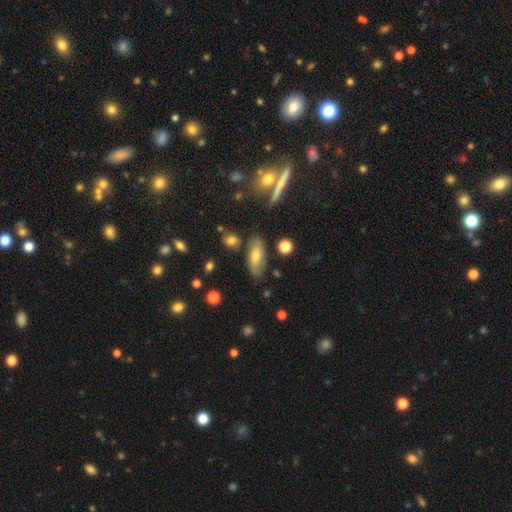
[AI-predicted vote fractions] smooth-or-featured: smooth: 59% | featured or disk: 31% | star or artifact: 10%
  how-rounded: in between: 68% | cigar-shaped: 28% | round: 3%
  merging: none: 75% | minor disturbance: 16% | merger: 5% | major disturbance: 4%